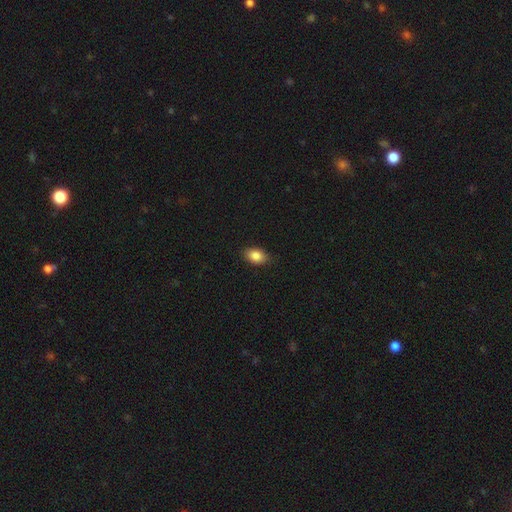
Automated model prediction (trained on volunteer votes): Smooth or featured? Predicted: smooth (p=0.86). How rounded? Predicted: in between (p=0.86). Merging? Predicted: none (p=0.85).